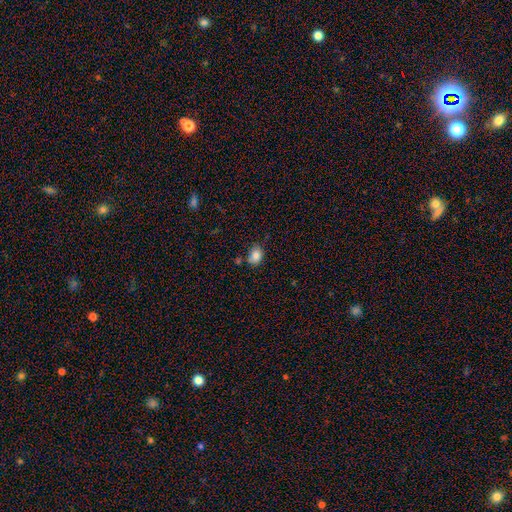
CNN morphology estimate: The model was most divided on "how rounded": in between: 60%, round: 39%, cigar-shaped: 1%. More confident: smooth or featured — smooth (83%); merging — none (64%).